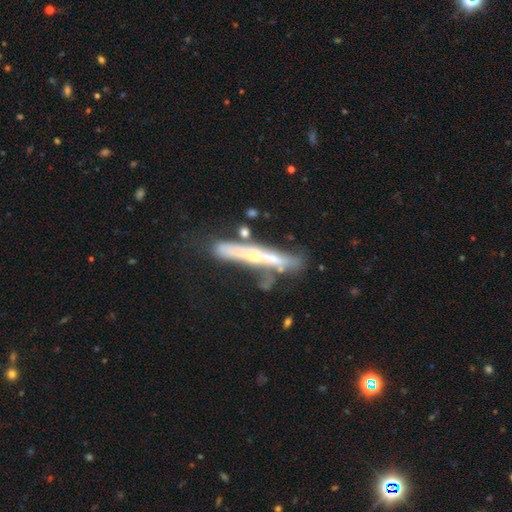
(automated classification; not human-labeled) featured or disk 65%, smooth 28%, star or artifact 7%. Down the decision tree: edge-on disk — yes (82%); edge-on bulge — rounded (53%); merging — none (52%).